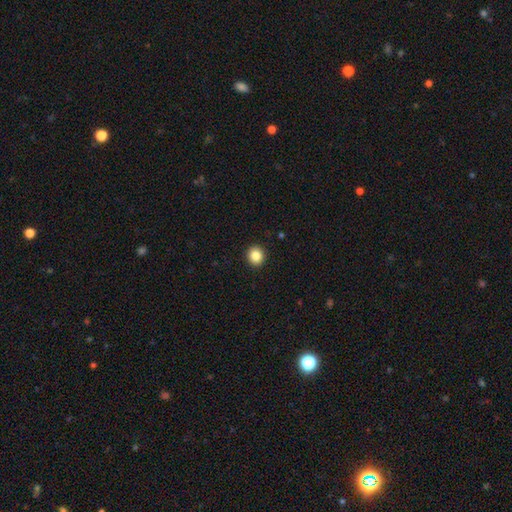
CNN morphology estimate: smooth-or-featured: smooth: 85% | star or artifact: 10% | featured or disk: 5%
  how-rounded: round: 87% | in between: 12% | cigar-shaped: 1%
  merging: none: 93% | minor disturbance: 5% | major disturbance: 2% | merger: 1%